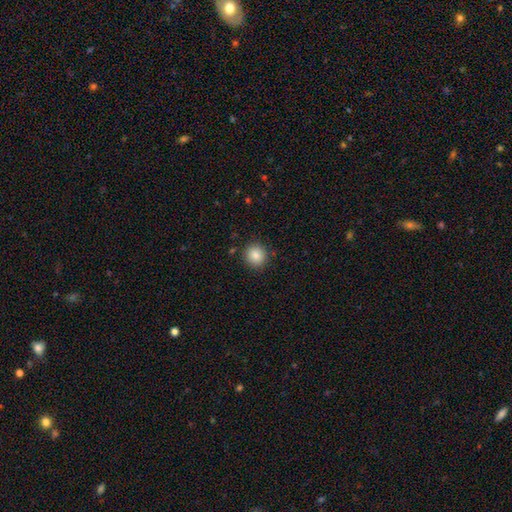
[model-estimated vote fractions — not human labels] Overall: smooth (86%). How rounded: round (91%). Merging: none (89%).